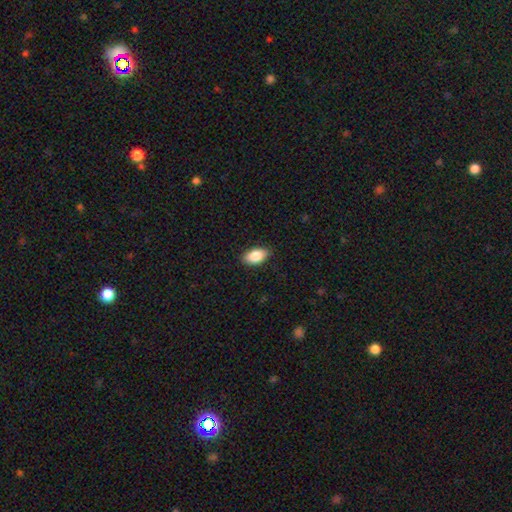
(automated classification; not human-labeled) smooth 85%, featured or disk 8%, star or artifact 7%. Down the decision tree: how rounded — in between (92%); merging — none (87%).